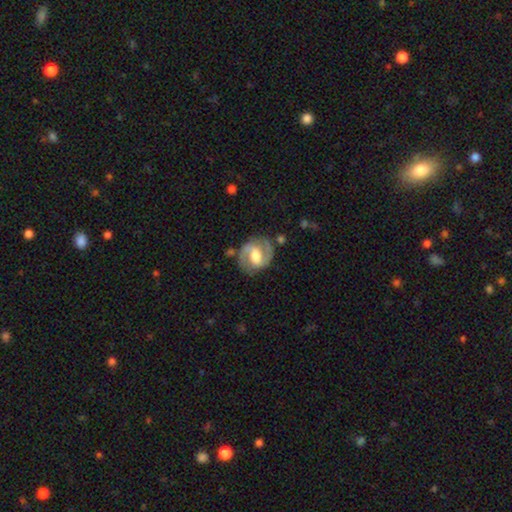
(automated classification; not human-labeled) Smooth or featured? Predicted: featured or disk (p=0.84). Edge-on disk? Predicted: no (p=0.98). Bar? Predicted: weak (p=0.49). Spiral arms? Predicted: yes (p=0.94). Spiral winding? Predicted: medium (p=0.56). Spiral arm count? Predicted: 2 (p=0.92). Bulge size? Predicted: moderate (p=0.63). Merging? Predicted: none (p=0.80).